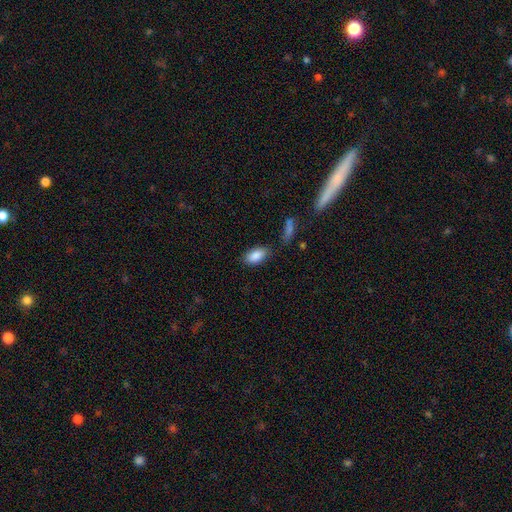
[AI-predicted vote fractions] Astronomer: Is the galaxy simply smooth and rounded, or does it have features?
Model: smooth — 87%.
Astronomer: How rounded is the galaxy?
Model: in between — 93%.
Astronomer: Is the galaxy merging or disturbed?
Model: none — 75%.